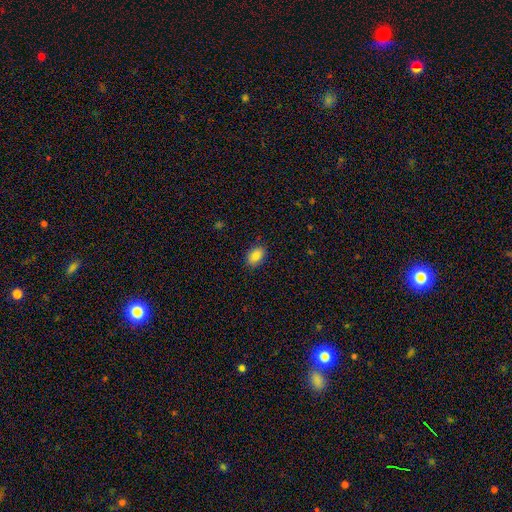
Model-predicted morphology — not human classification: smooth-or-featured: smooth: 86% | star or artifact: 8% | featured or disk: 6%
  how-rounded: in between: 81% | round: 18% | cigar-shaped: 1%
  merging: none: 85% | minor disturbance: 11% | major disturbance: 2% | merger: 1%